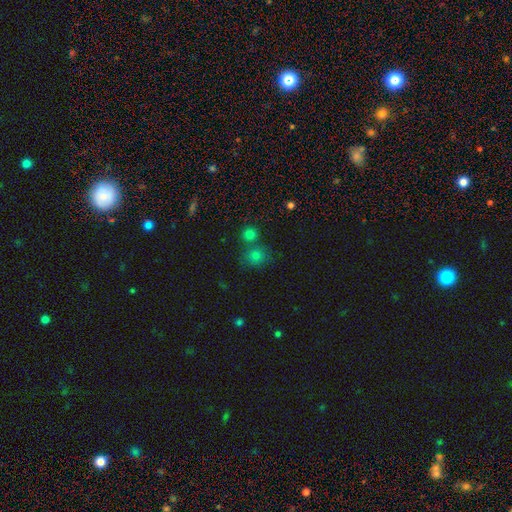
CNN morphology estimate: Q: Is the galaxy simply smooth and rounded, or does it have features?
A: smooth — 76%.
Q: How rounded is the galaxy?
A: round — 79%.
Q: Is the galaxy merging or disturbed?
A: none — 59%.